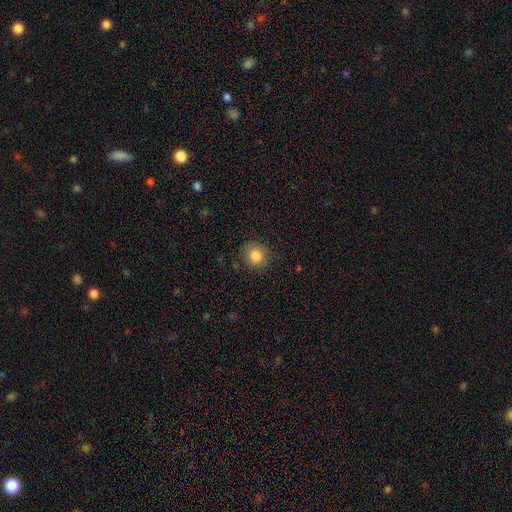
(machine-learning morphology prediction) Smooth or featured? smooth (82%)
How rounded? round (89%)
Merging? none (88%)